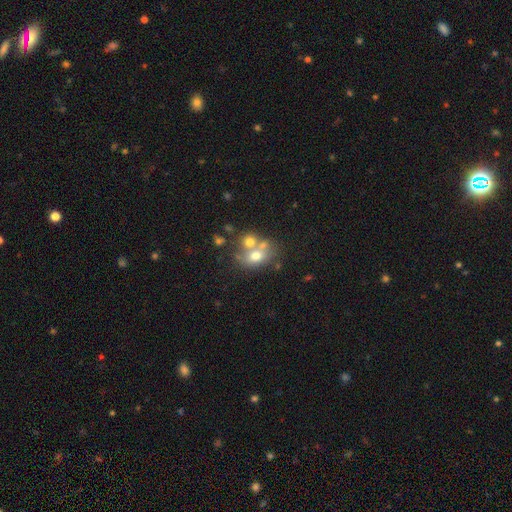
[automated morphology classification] Smooth or featured? Predicted: smooth (p=0.61). How rounded? Predicted: in between (p=0.53). Merging? Predicted: merger (p=0.48).